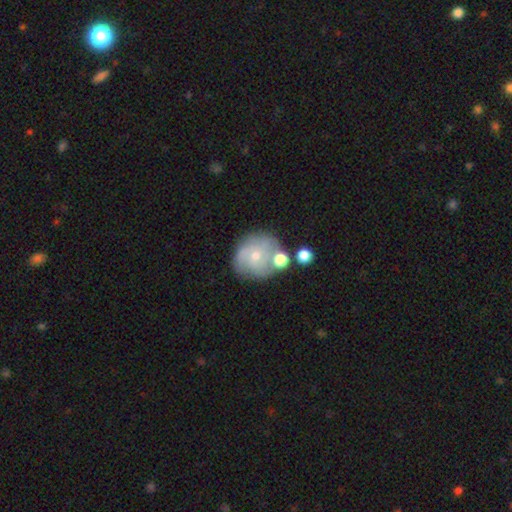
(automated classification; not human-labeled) A featured or disk galaxy (54%) with no bar (74%), spiral arms (74%) and a small central bulge (53%).

Vote fractions:
- Smooth or featured? featured or disk: 54% / smooth: 38% / star or artifact: 8%
- Edge-on disk? no: 97% / yes: 3%
- Bar? no: 74% / weak: 23% / strong: 3%
- Spiral arms? yes: 74% / no: 26%
- Bulge size? small: 53% / moderate: 42% / none: 2% / large: 2% / dominant: 1%
- Merging? none: 53% / merger: 21% / minor disturbance: 18% / major disturbance: 8%